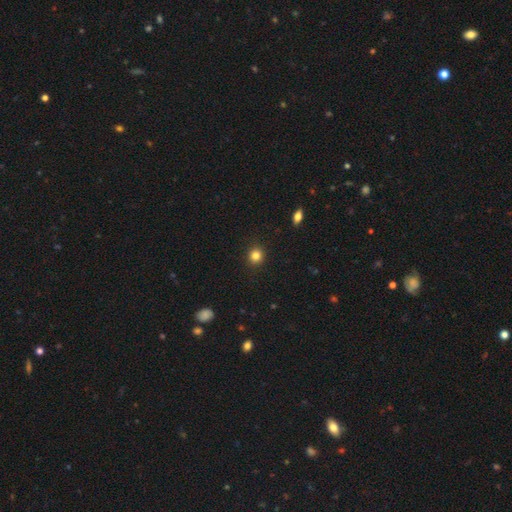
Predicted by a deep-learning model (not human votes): smooth 84%, star or artifact 12%, featured or disk 5%. Down the decision tree: how rounded — round (90%); merging — none (92%).